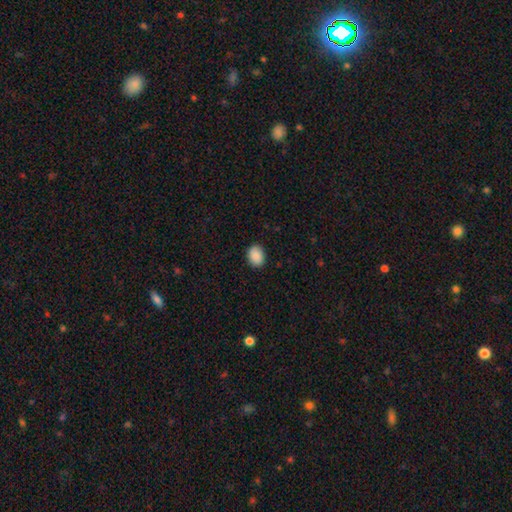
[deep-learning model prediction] A smooth galaxy with no disk features (90%) that is in between round and cigar-shaped (63%).

Vote fractions:
- Smooth or featured? smooth: 90% / star or artifact: 7% / featured or disk: 2%
- How rounded? in between: 63% / round: 36% / cigar-shaped: 1%
- Merging? none: 89% / minor disturbance: 8% / major disturbance: 2% / merger: 1%